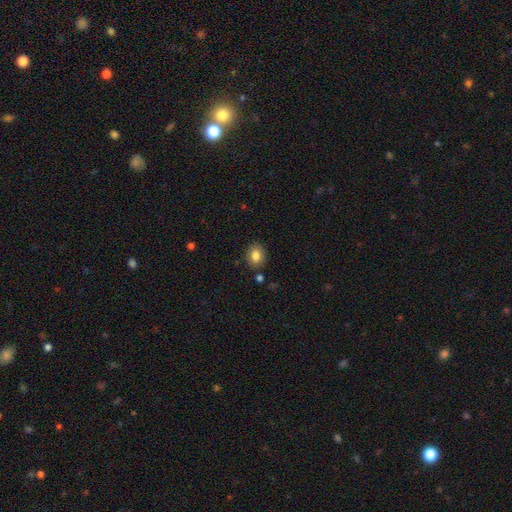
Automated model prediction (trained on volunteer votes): A smooth galaxy with no disk features (83%) that is round (51%).

Vote fractions:
- Smooth or featured? smooth: 83% / star or artifact: 9% / featured or disk: 8%
- How rounded? round: 51% / in between: 48% / cigar-shaped: 1%
- Merging? none: 85% / minor disturbance: 9% / merger: 3% / major disturbance: 2%